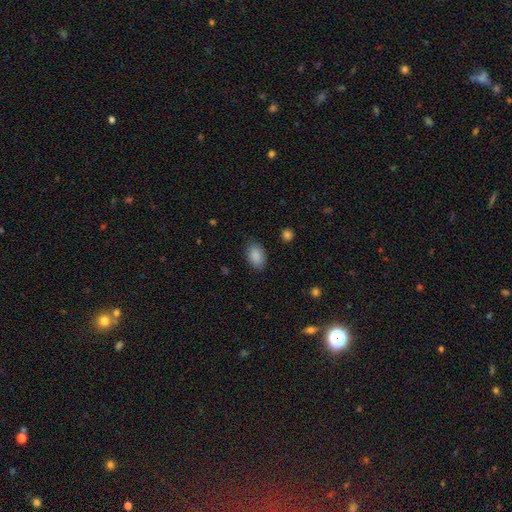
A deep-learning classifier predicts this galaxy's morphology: Q: Smooth or featured?
A: smooth (88%); runner-up: star or artifact (8%)
Q: How rounded?
A: in between (89%); runner-up: round (9%)
Q: Merging?
A: none (82%); runner-up: minor disturbance (14%)